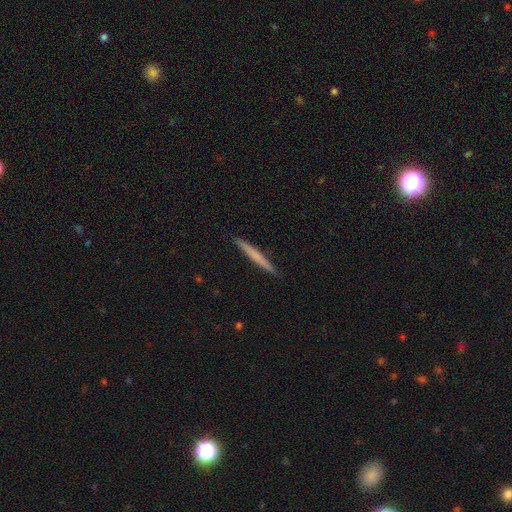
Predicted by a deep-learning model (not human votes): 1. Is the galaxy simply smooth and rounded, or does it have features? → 62% smooth, 32% featured or disk, 6% star or artifact.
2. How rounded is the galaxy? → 97% cigar-shaped, 2% in between, 1% round.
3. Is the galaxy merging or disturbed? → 92% none, 6% minor disturbance, 1% major disturbance, 1% merger.